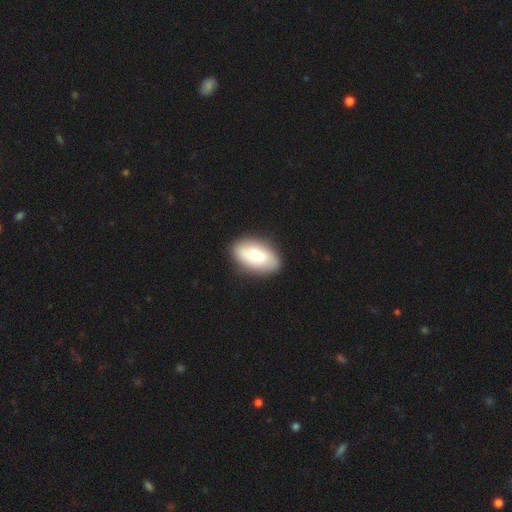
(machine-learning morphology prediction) This appears to be a smooth galaxy with no disk features (71%) that is in between round and cigar-shaped (92%). Merging: none (83%).